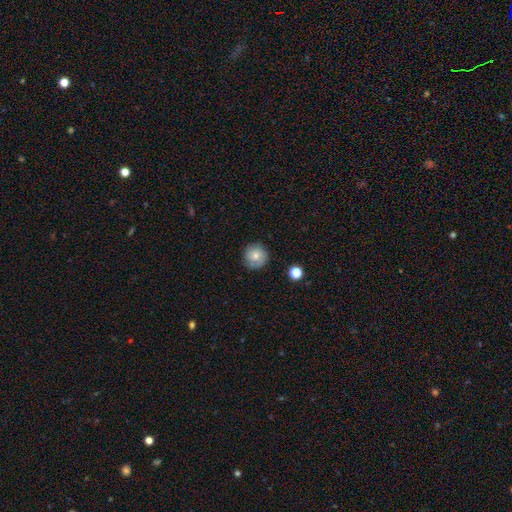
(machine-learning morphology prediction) This is likely a smooth galaxy (69%). How rounded: clearly round (94%). Merging: clearly none (83%).